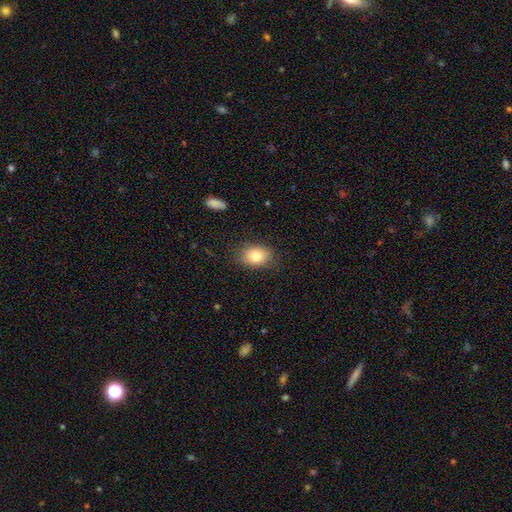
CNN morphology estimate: Overall: smooth (79%). How rounded: in between (75%). Merging: none (81%).